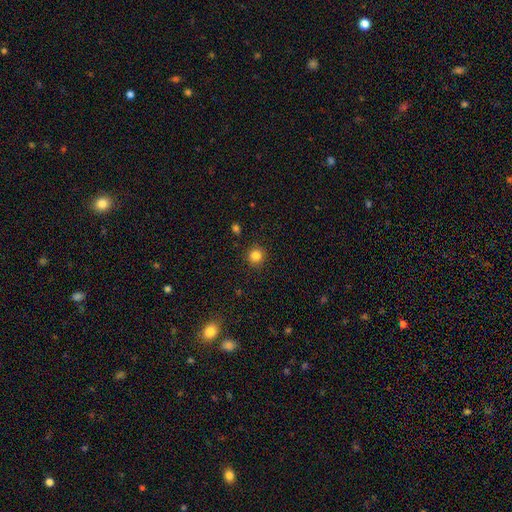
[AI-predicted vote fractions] A smooth galaxy with no disk features (84%) that is round (93%). Merging: none (91%).